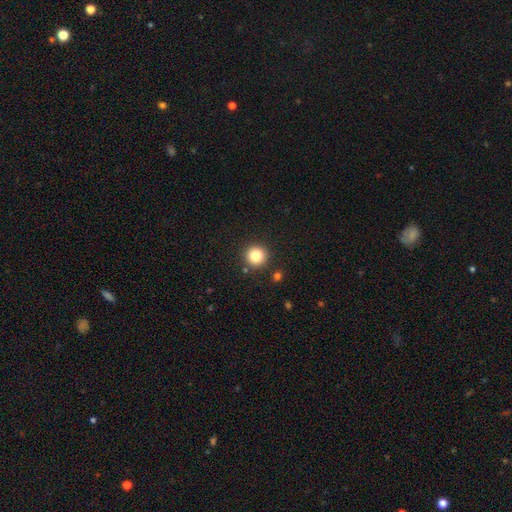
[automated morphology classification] This is clearly a smooth galaxy (82%). How rounded: clearly round (95%). Merging: clearly none (90%).